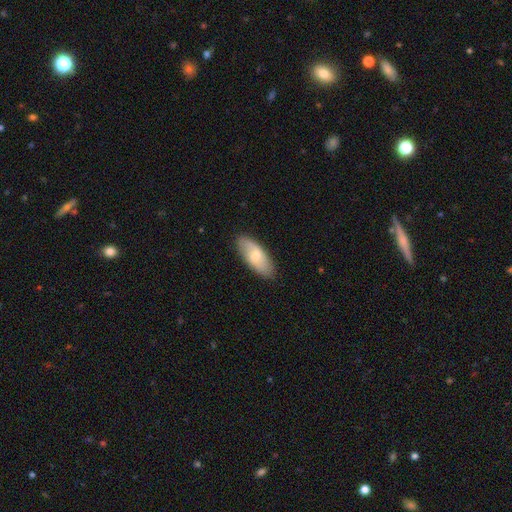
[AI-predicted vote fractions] Q: Smooth or featured?
A: smooth (61%); runner-up: featured or disk (34%)
Q: How rounded?
A: in between (84%); runner-up: cigar-shaped (13%)
Q: Merging?
A: none (84%); runner-up: minor disturbance (12%)